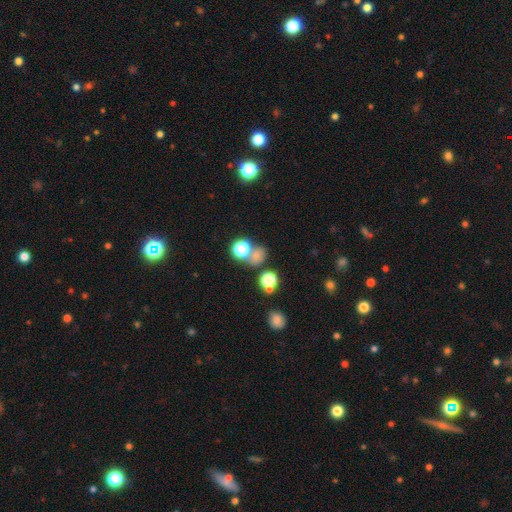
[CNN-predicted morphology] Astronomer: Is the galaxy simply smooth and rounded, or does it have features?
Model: smooth — 63%.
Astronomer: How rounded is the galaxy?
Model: round — 73%.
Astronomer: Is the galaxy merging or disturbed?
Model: none — 51% (runner-up: merger, 32%).